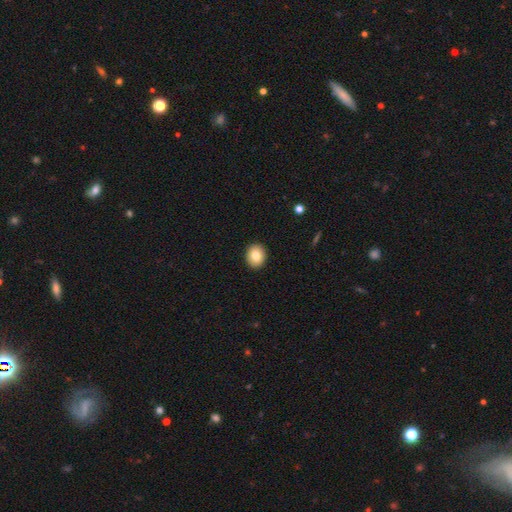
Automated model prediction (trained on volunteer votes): Smooth or featured: smooth — 81% (featured or disk — 11%)
How rounded: round — 64% (in between — 35%)
Merging: none — 92% (minor disturbance — 5%)